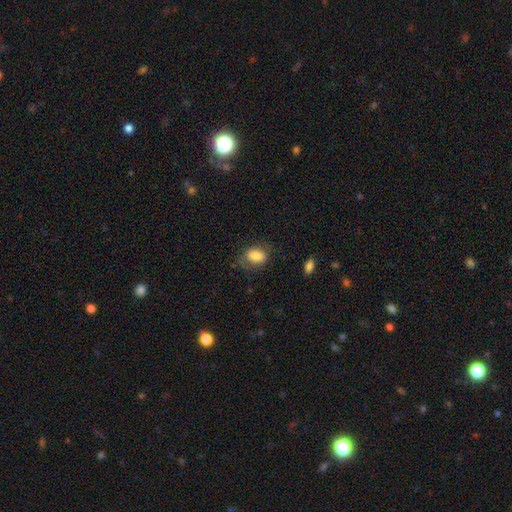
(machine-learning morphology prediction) Overall: smooth (80%). How rounded: in between (77%). Merging: none (62%; minor disturbance 25%).